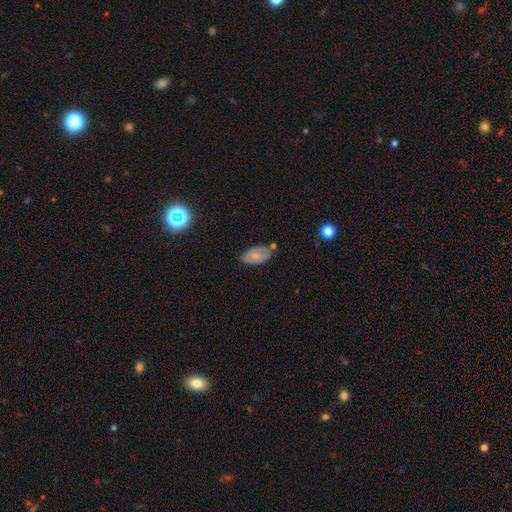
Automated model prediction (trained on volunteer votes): This appears to be a smooth galaxy with no disk features (69%) that is in between round and cigar-shaped (94%). Merging: none (65%).